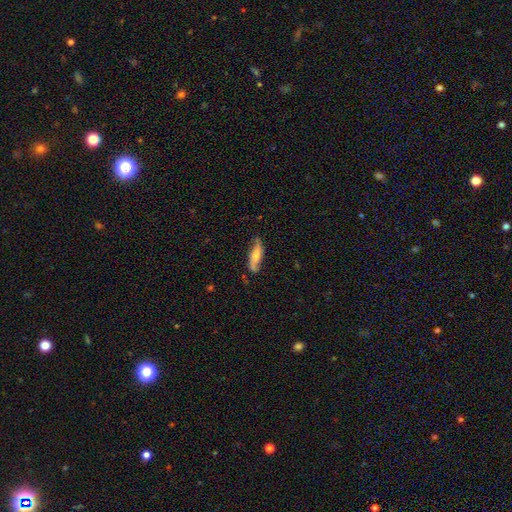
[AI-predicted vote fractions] A featured or disk galaxy (57%).

Vote fractions:
- Smooth or featured? featured or disk: 57% / smooth: 36% / star or artifact: 6%
- Edge-on disk? no: 63% / yes: 37%
- Merging? none: 75% / minor disturbance: 19% / major disturbance: 5% / merger: 2%